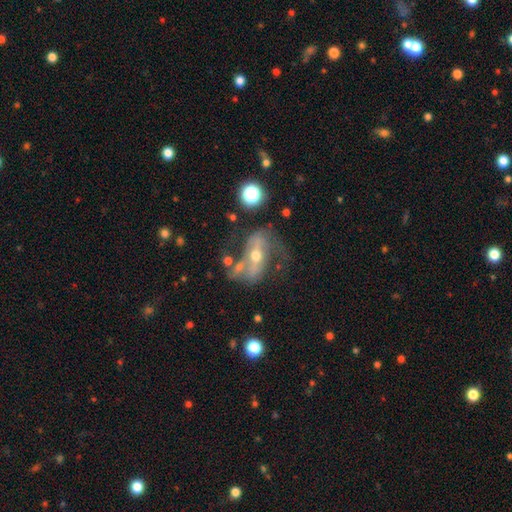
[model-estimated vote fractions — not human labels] Overall: featured or disk (76%). Edge-on disk: no (88%). Bar: strong (49%; weak 26%). Spiral arms: yes (76%). Spiral arm count: 2 (78%). Spiral winding: loose (48%; medium 35%). Bulge size: moderate (55%; small 40%). Merging: none (45%; major disturbance 24%).